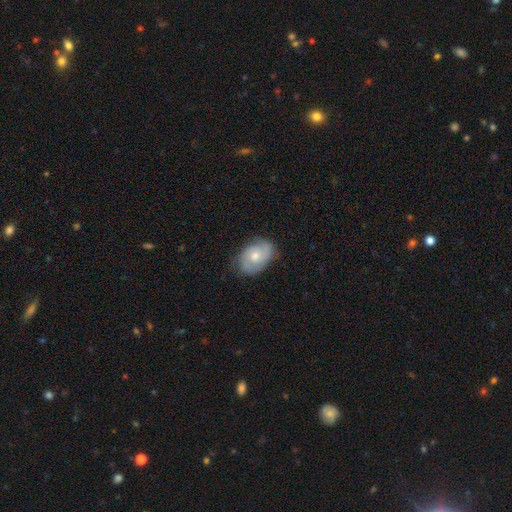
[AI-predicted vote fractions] Morphology: type=featured or disk (52%); edge-on=no (96%); merging=none (72%).